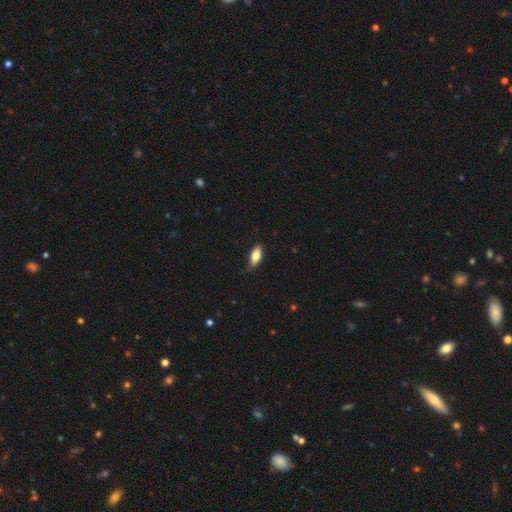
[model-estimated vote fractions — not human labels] Smooth or featured? Predicted: smooth (p=0.80). How rounded? Predicted: in between (p=0.84). Merging? Predicted: none (p=0.77).